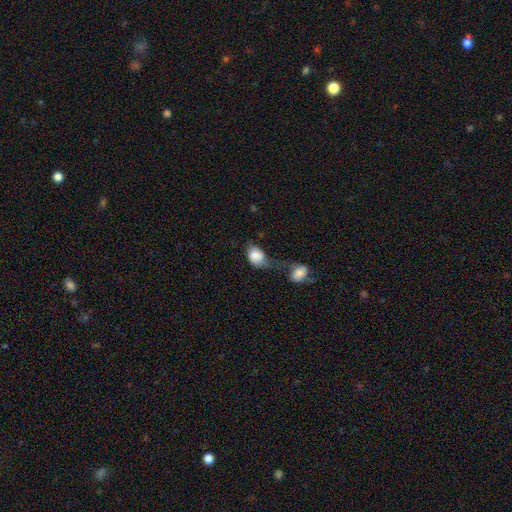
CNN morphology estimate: smooth-or-featured: smooth: 80% | featured or disk: 13% | star or artifact: 8%
  how-rounded: in between: 77% | round: 22% | cigar-shaped: 1%
  merging: merger: 39% | major disturbance: 24% | minor disturbance: 19% | none: 17%